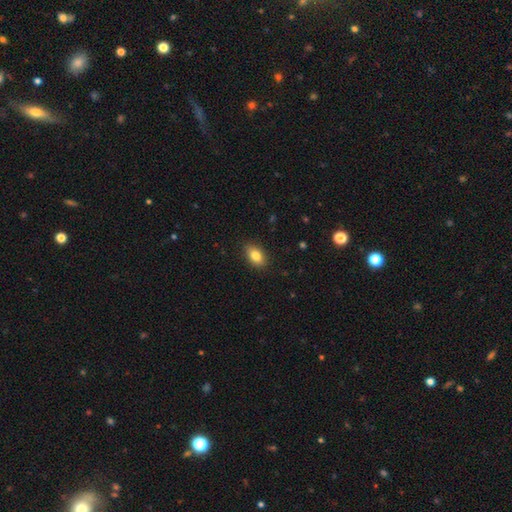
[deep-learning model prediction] Smooth or featured? Predicted: smooth (p=0.83). How rounded? Predicted: in between (p=0.87). Merging? Predicted: none (p=0.88).